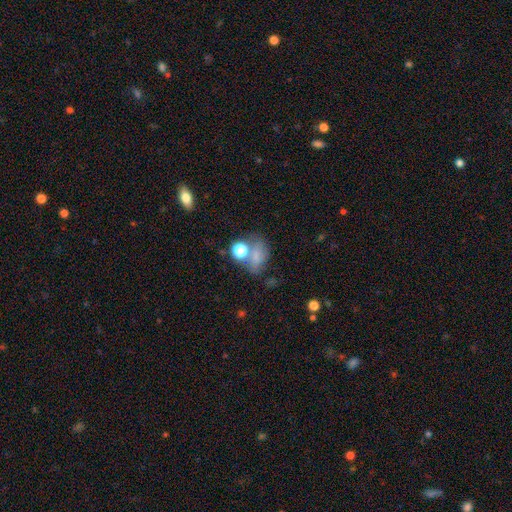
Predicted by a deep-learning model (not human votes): Smooth or featured: smooth — 68% (star or artifact — 16%)
How rounded: in between — 67% (round — 31%)
Merging: none — 41% (merger — 25%)